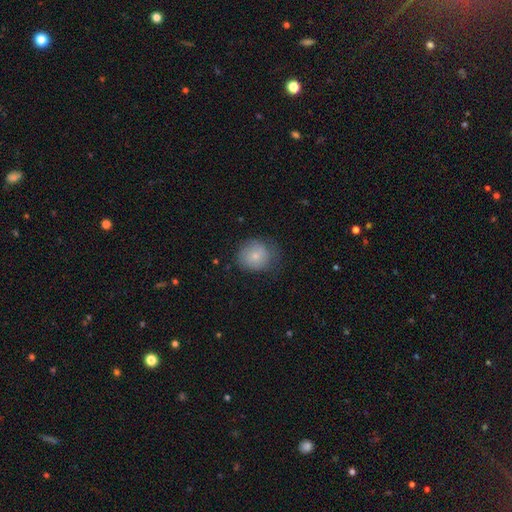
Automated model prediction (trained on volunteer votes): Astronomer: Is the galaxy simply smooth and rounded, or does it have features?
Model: smooth — 75%.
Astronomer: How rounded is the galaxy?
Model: round — 84%.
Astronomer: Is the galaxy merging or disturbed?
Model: none — 63%.